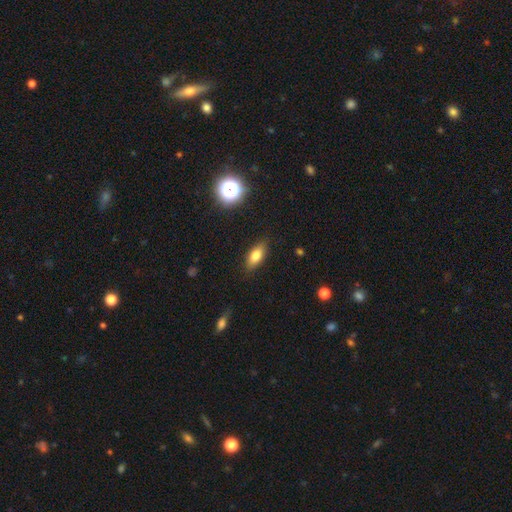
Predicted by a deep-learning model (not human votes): smooth_or_featured: smooth (p=0.77) [alt: featured or disk p=0.14]
how_rounded: in between (p=0.81) [alt: cigar-shaped p=0.12]
merging: none (p=0.86) [alt: minor disturbance p=0.10]